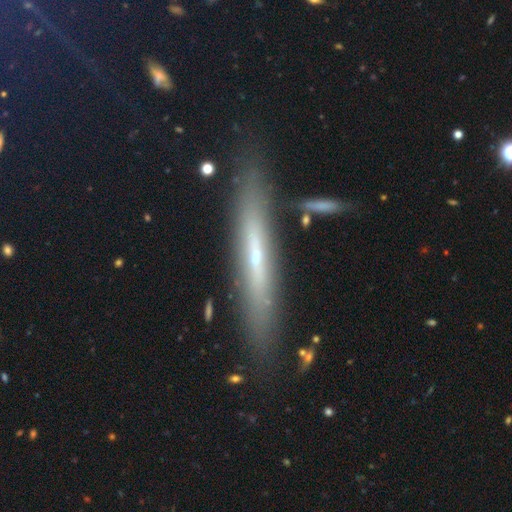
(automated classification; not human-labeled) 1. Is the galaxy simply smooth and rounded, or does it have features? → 62% featured or disk, 29% smooth, 9% star or artifact.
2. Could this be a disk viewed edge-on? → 83% yes, 17% no.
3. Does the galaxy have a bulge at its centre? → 56% rounded, 39% none, 5% boxy.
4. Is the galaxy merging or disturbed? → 82% none, 11% minor disturbance, 4% major disturbance, 3% merger.